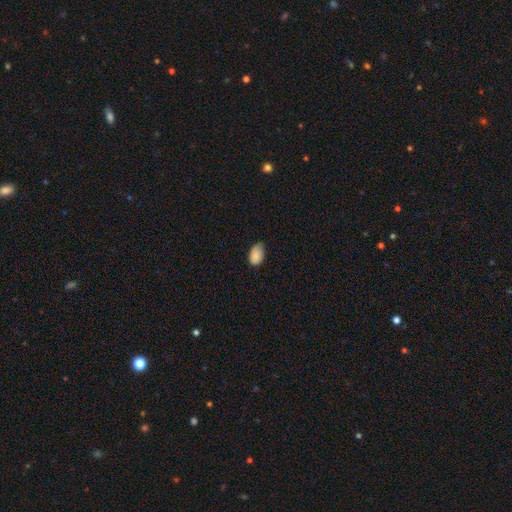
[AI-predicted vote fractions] Overall: smooth (87%). How rounded: in between (89%). Merging: none (63%; minor disturbance 31%).